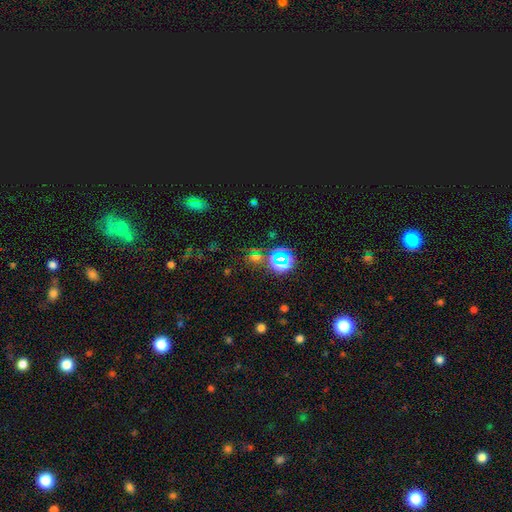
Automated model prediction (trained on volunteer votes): Overall: star or artifact (65%).